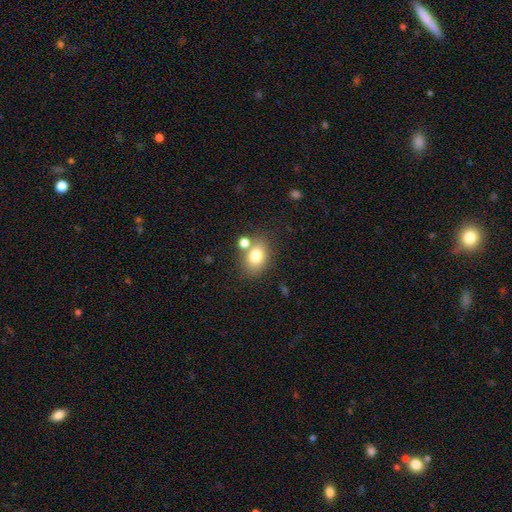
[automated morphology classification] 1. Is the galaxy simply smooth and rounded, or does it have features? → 78% smooth, 11% featured or disk, 11% star or artifact.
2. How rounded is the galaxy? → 62% in between, 37% round, 1% cigar-shaped.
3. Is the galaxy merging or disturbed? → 66% none, 17% merger, 12% minor disturbance, 4% major disturbance.